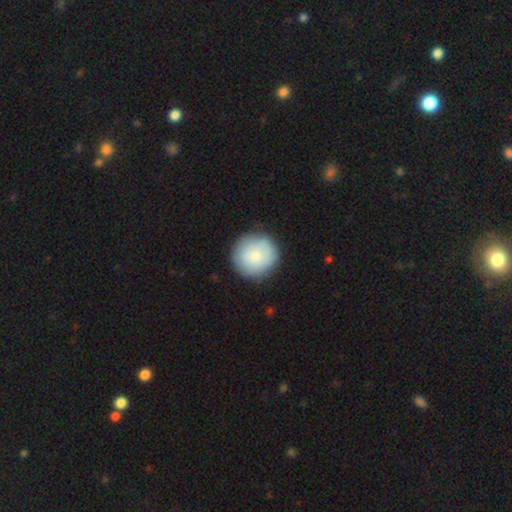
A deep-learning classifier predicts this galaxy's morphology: Smooth or featured: smooth — 79% (featured or disk — 14%)
How rounded: round — 95% (in between — 4%)
Merging: none — 85% (minor disturbance — 11%)